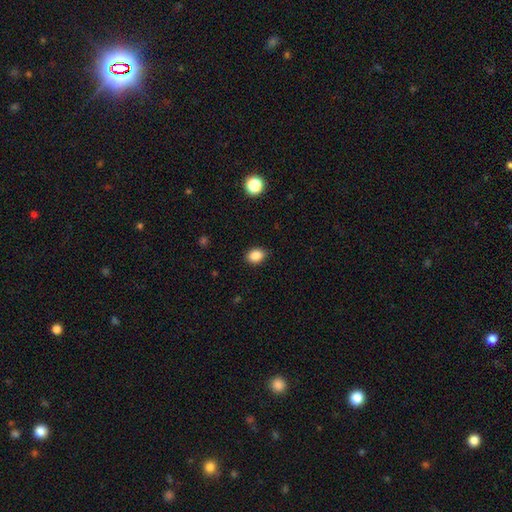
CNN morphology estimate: This appears to be a smooth galaxy with no disk features (87%) that is in between round and cigar-shaped (64%). Merging: none (86%).